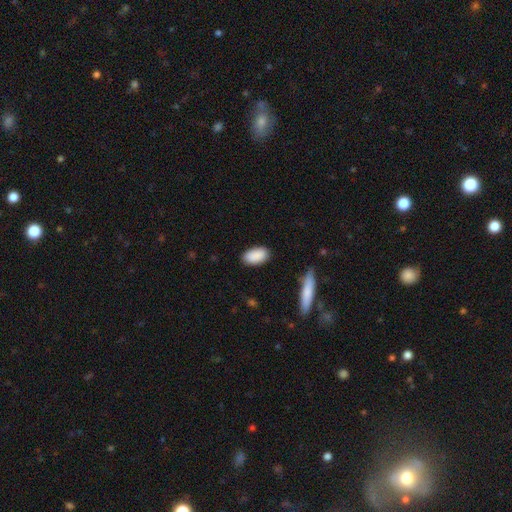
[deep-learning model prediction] Smooth or featured: smooth — 90% (star or artifact — 6%)
How rounded: in between — 94% (cigar-shaped — 3%)
Merging: none — 86% (minor disturbance — 11%)